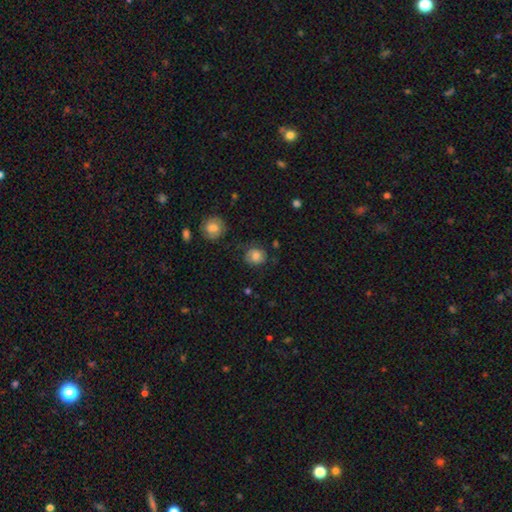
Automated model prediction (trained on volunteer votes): This is likely a smooth galaxy (75%). How rounded: likely round (72%). Merging: likely none (71%).